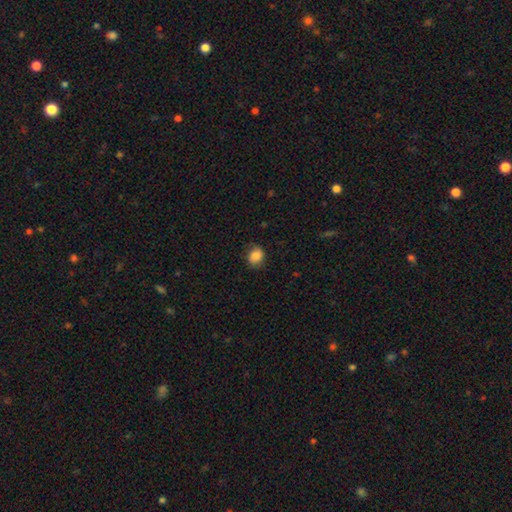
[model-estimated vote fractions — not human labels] smooth 83%, featured or disk 9%, star or artifact 8%. Down the decision tree: how rounded — round (52%); merging — none (75%).